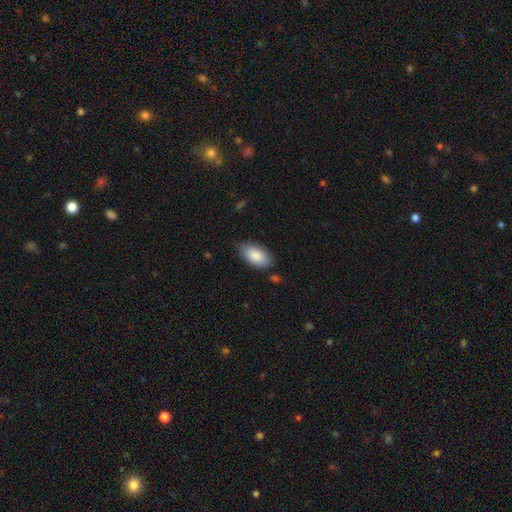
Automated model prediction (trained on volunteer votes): Smooth or featured? Predicted: smooth (p=0.87). How rounded? Predicted: in between (p=0.94). Merging? Predicted: none (p=0.78).